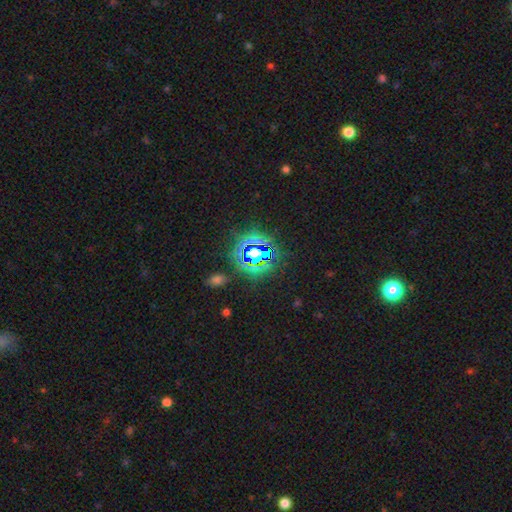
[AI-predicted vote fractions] This is likely a star or artifact rather than a galaxy (77%).